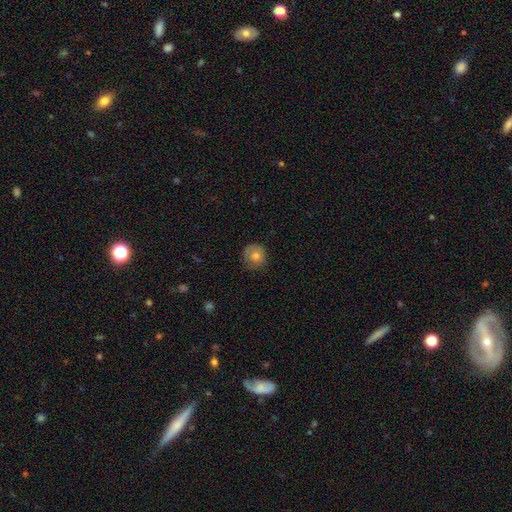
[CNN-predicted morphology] Smooth or featured? Predicted: smooth (p=0.72). How rounded? Predicted: round (p=0.89). Merging? Predicted: none (p=0.77).